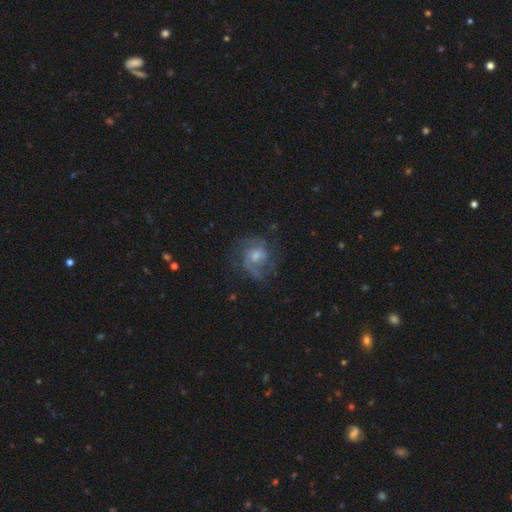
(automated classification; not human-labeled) This appears to be a featured or disk galaxy (74%) with no bar (58%), 2 (55%) medium (49%) spiral arms (91%) and a moderate central bulge (51%). Merging: none (68%).